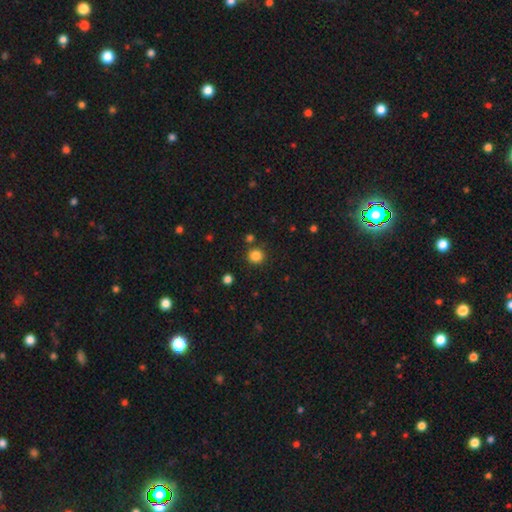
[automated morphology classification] Overall: smooth (84%). How rounded: round (93%). Merging: none (85%).